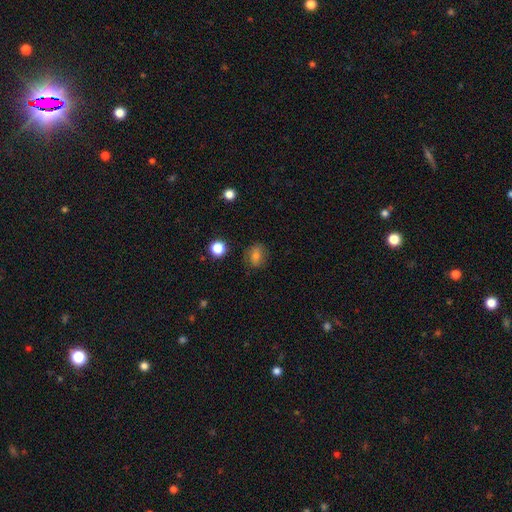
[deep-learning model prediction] Q: Smooth or featured?
A: smooth (74%); runner-up: featured or disk (13%)
Q: How rounded?
A: in between (53%); runner-up: round (45%)
Q: Merging?
A: none (82%); runner-up: minor disturbance (13%)